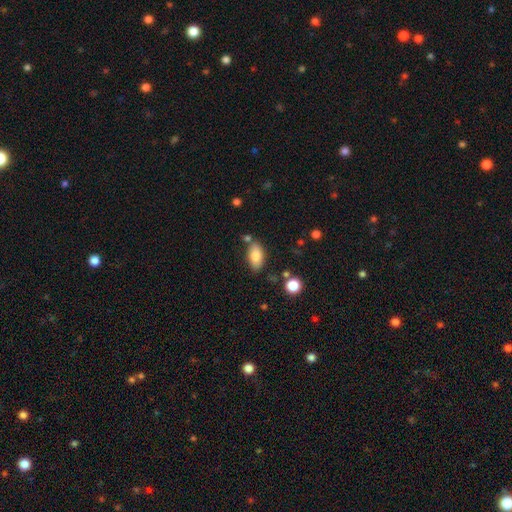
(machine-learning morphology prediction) Overall: smooth (81%). How rounded: in between (92%). Merging: none (74%).